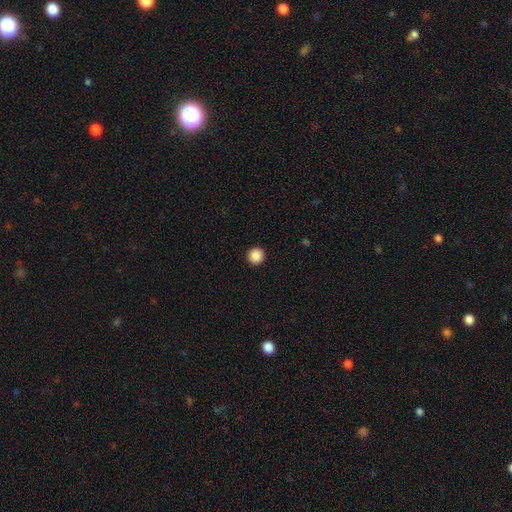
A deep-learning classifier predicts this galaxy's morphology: This is clearly a smooth galaxy (89%). How rounded: clearly round (96%). Merging: clearly none (94%).